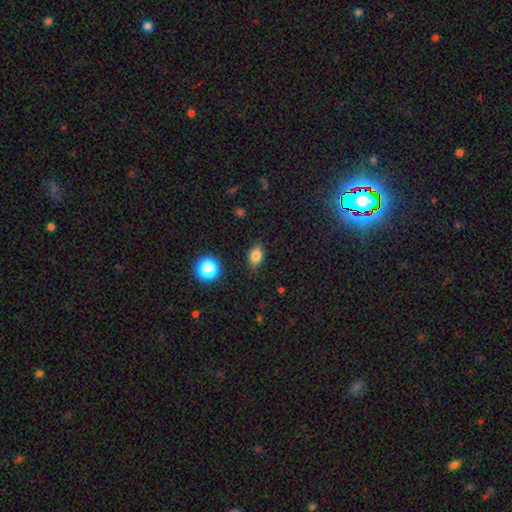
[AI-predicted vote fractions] smooth-or-featured: smooth: 82% | star or artifact: 12% | featured or disk: 7%
  how-rounded: in between: 77% | round: 21% | cigar-shaped: 2%
  merging: none: 83% | minor disturbance: 12% | major disturbance: 3% | merger: 1%